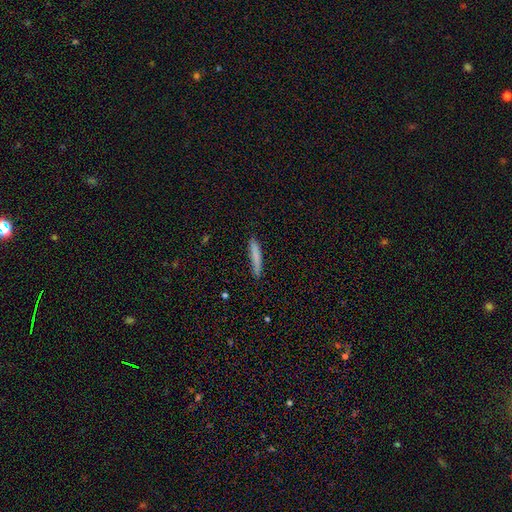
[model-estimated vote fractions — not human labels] The model was most divided on "smooth or featured": smooth: 80%, featured or disk: 14%, star or artifact: 7%. More confident: how rounded — cigar-shaped (94%); merging — none (84%).